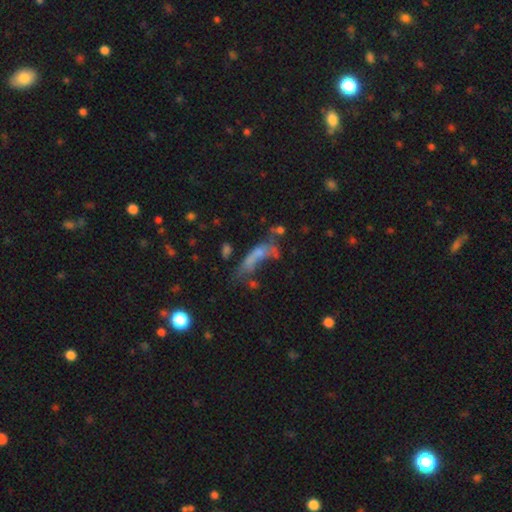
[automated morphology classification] smooth-or-featured: smooth: 47% | featured or disk: 34% | star or artifact: 19%
  merging: major disturbance: 34% | merger: 27% | none: 24% | minor disturbance: 15%